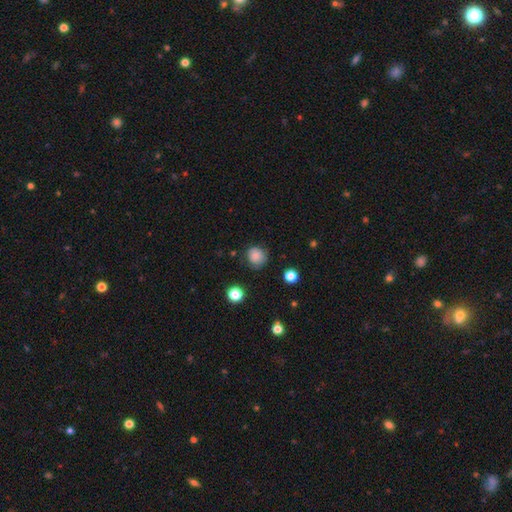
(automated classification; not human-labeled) Q: Smooth or featured?
A: smooth (82%); runner-up: star or artifact (11%)
Q: How rounded?
A: round (86%); runner-up: in between (13%)
Q: Merging?
A: none (75%); runner-up: minor disturbance (19%)